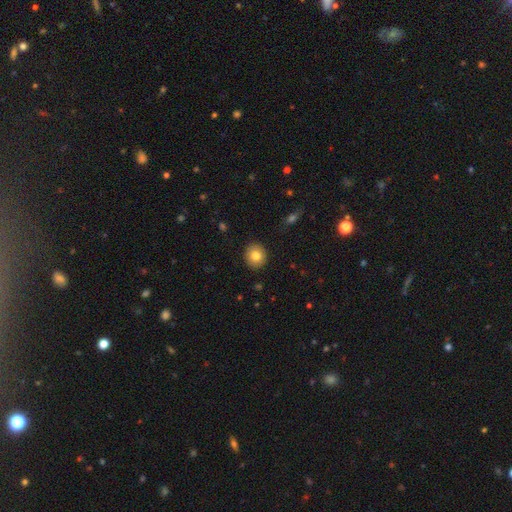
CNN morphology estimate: Smooth or featured? Predicted: smooth (p=0.82). How rounded? Predicted: round (p=0.85). Merging? Predicted: none (p=0.91).